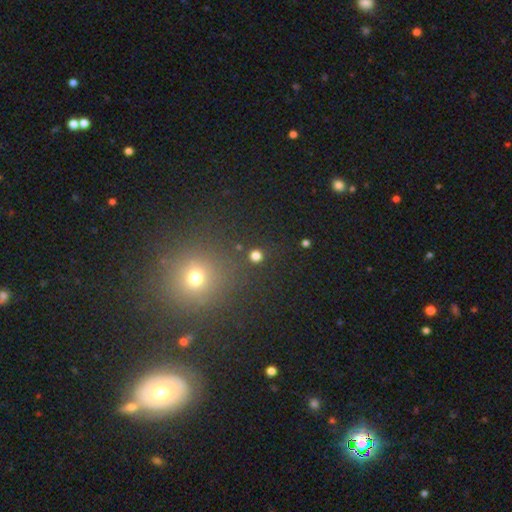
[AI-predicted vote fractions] Smooth or featured: smooth — 77% (star or artifact — 19%)
How rounded: round — 92% (in between — 7%)
Merging: none — 89% (minor disturbance — 5%)